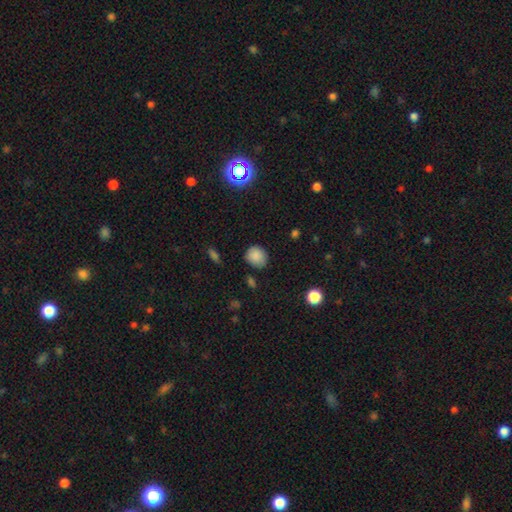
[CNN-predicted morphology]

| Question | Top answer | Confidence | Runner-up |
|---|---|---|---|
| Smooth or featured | smooth | 85% | star or artifact (10%) |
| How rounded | round | 76% | in between (23%) |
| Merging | none | 79% | minor disturbance (16%) |